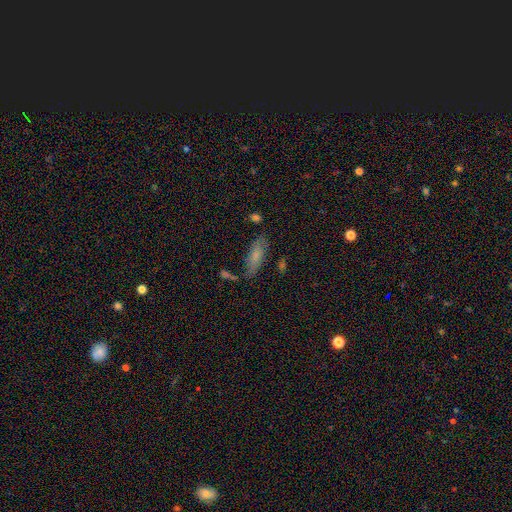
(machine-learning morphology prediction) A smooth galaxy with no disk features (72%) that is in between round and cigar-shaped (61%). Merging: none (69%).